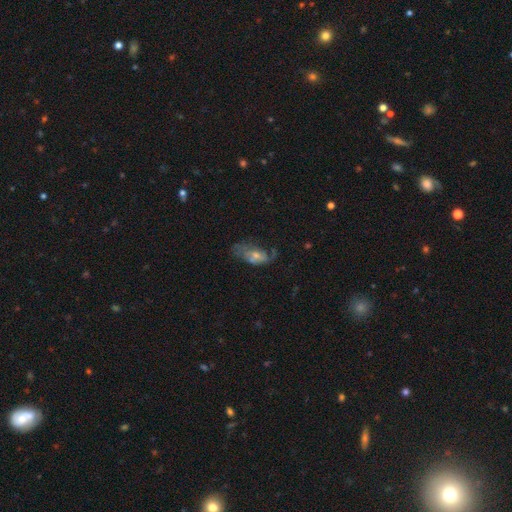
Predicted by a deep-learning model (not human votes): Overall: featured or disk (55%; smooth 32%). Edge-on disk: no (89%). Merging: none (46%; minor disturbance 26%).